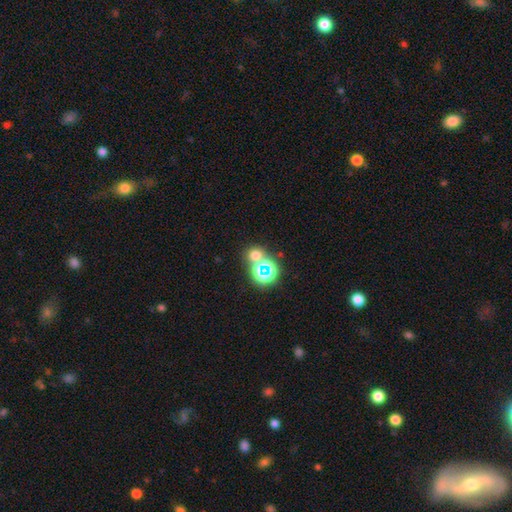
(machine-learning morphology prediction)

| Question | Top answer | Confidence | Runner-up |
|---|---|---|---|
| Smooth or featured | smooth | 56% | star or artifact (35%) |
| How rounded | round | 81% | in between (18%) |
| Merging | none | 63% | merger (27%) |